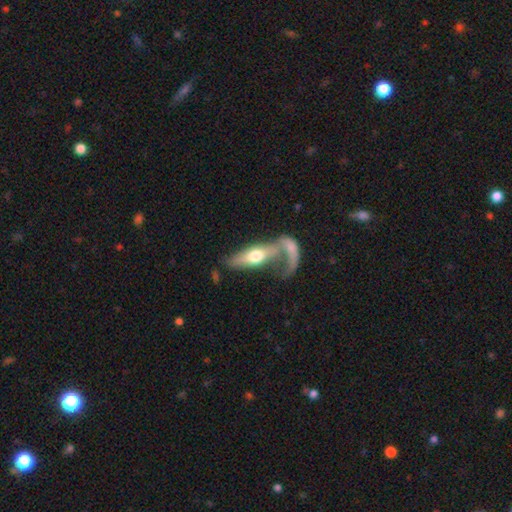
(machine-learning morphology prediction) Smooth or featured? Predicted: featured or disk (p=0.51). Edge-on disk? Predicted: yes (p=0.61). Merging? Predicted: merger (p=0.47).